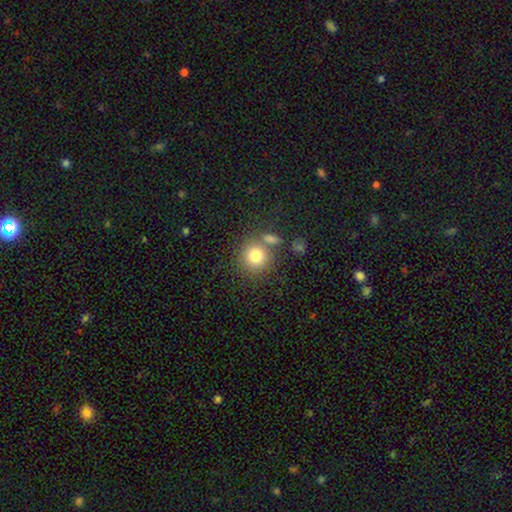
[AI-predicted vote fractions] A smooth galaxy with no disk features (79%) that is round (89%).

Vote fractions:
- Smooth or featured? smooth: 79% / star or artifact: 11% / featured or disk: 10%
- How rounded? round: 89% / in between: 11% / cigar-shaped: 1%
- Merging? none: 65% / merger: 20% / minor disturbance: 11% / major disturbance: 5%